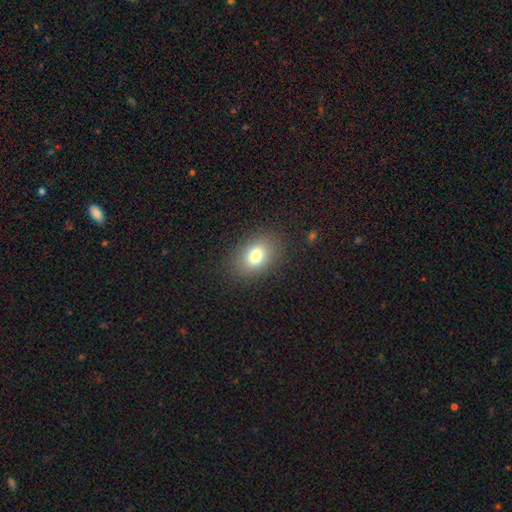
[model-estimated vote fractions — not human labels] Q: Smooth or featured?
A: smooth (76%); runner-up: star or artifact (12%)
Q: How rounded?
A: in between (73%); runner-up: round (26%)
Q: Merging?
A: none (85%); runner-up: minor disturbance (9%)